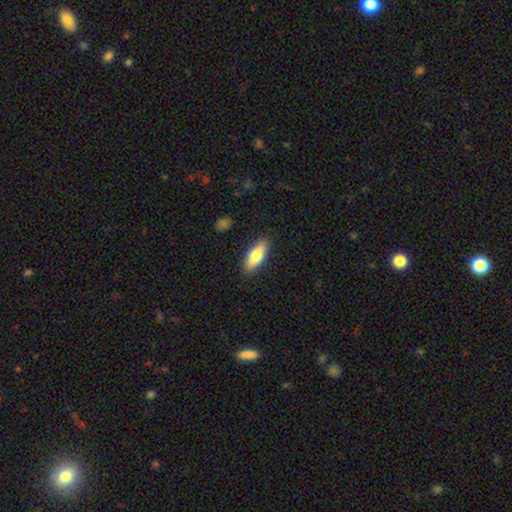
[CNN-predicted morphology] Q: Smooth or featured?
A: smooth (74%); runner-up: featured or disk (21%)
Q: How rounded?
A: in between (62%); runner-up: cigar-shaped (36%)
Q: Merging?
A: none (88%); runner-up: minor disturbance (9%)